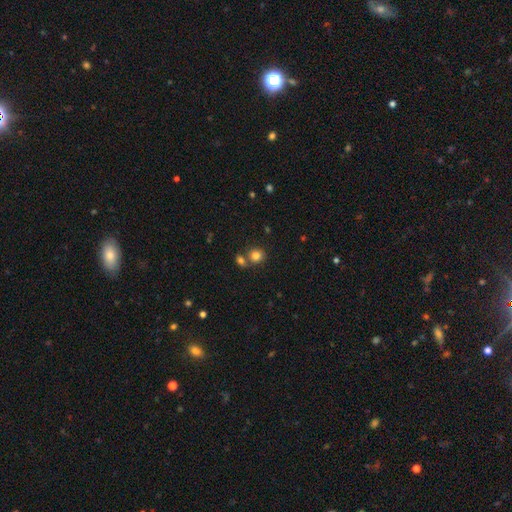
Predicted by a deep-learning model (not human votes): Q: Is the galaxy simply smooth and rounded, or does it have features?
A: smooth — 81%.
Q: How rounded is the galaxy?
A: round — 82%.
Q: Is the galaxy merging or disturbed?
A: none — 61%.